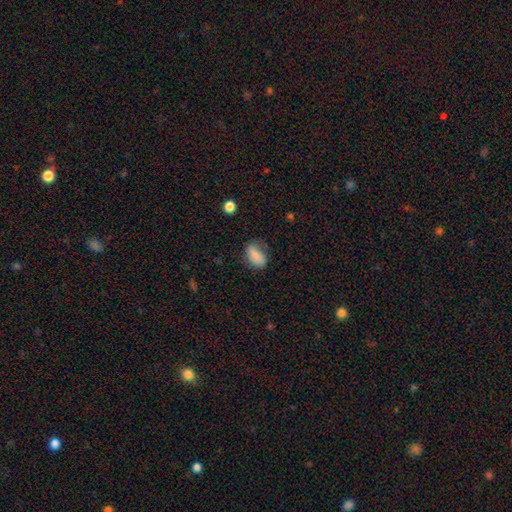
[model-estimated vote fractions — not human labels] Smooth or featured: smooth — 79% (featured or disk — 13%)
How rounded: in between — 88% (round — 10%)
Merging: none — 58% (minor disturbance — 29%)